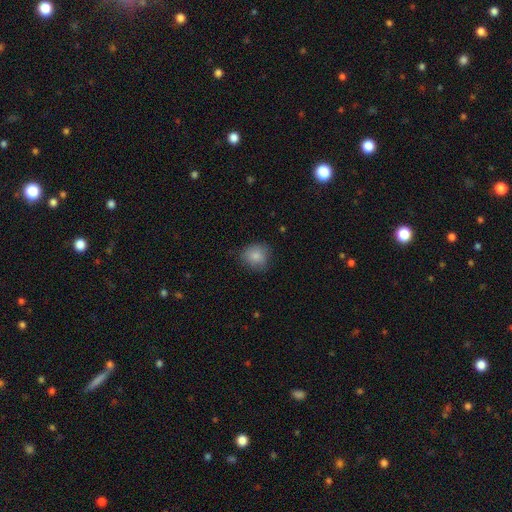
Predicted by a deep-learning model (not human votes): Smooth or featured?
  - smooth: 83% *
  - star or artifact: 9%
  - featured or disk: 8%
How rounded?
  - round: 77% *
  - in between: 23%
  - cigar-shaped: 1%
Merging?
  - none: 71% *
  - minor disturbance: 22%
  - major disturbance: 5%
  - merger: 1%